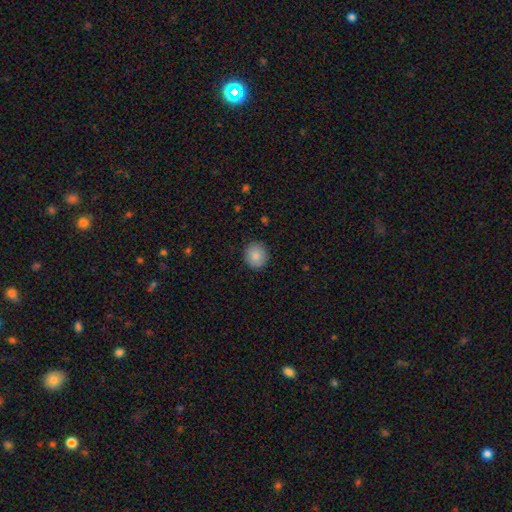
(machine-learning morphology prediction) smooth-or-featured: smooth: 86% | star or artifact: 8% | featured or disk: 6%
  how-rounded: round: 81% | in between: 18% | cigar-shaped: 1%
  merging: none: 89% | minor disturbance: 8% | major disturbance: 2% | merger: 1%